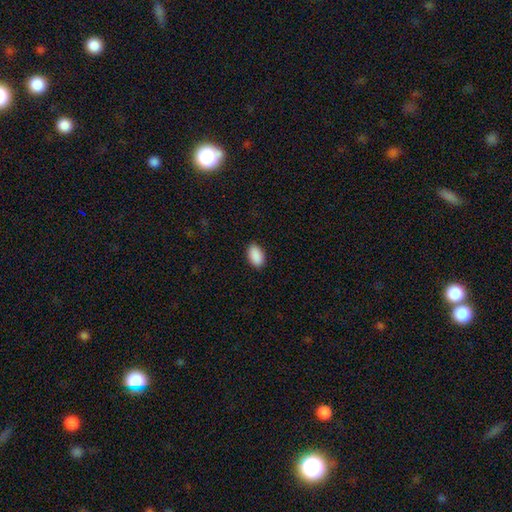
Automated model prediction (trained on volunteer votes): smooth_or_featured: smooth (p=0.91) [alt: star or artifact p=0.07]
how_rounded: in between (p=0.94) [alt: round p=0.05]
merging: none (p=0.89) [alt: minor disturbance p=0.08]